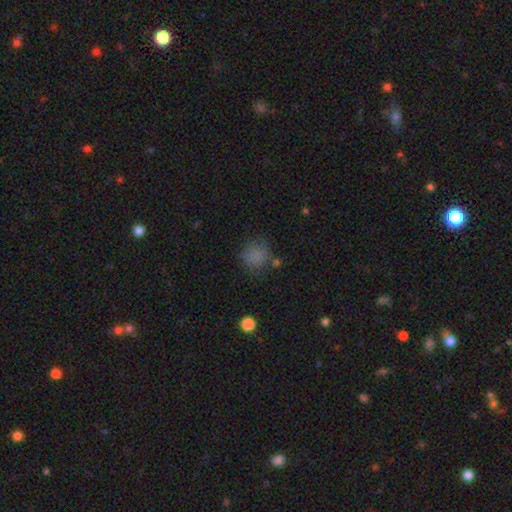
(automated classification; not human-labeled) Smooth or featured? smooth (78%)
How rounded? round (81%)
Merging? none (66%)